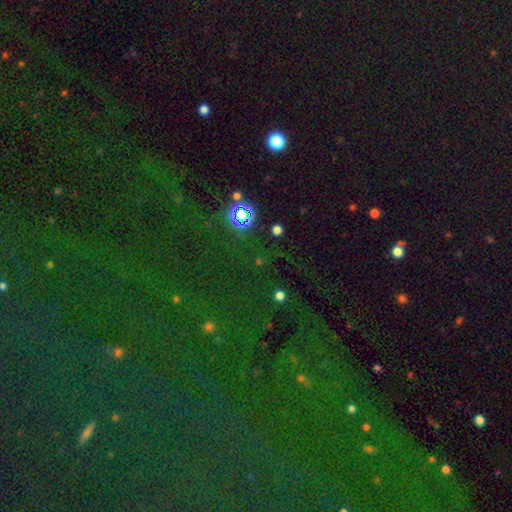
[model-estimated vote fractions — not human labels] star or artifact 82%, smooth 11%, featured or disk 7%.